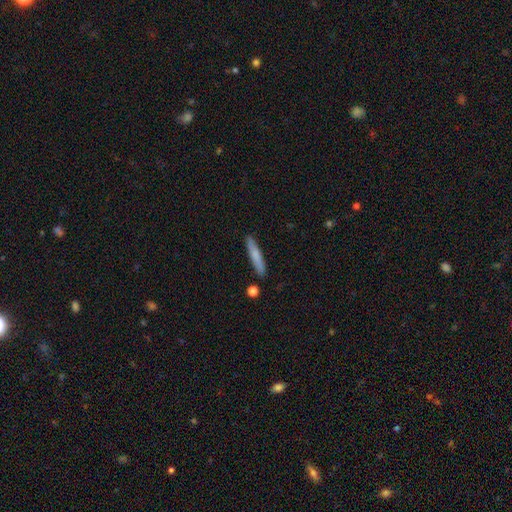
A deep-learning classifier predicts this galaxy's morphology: smooth 74%, featured or disk 20%, star or artifact 6%. Down the decision tree: how rounded — cigar-shaped (92%); merging — none (87%).